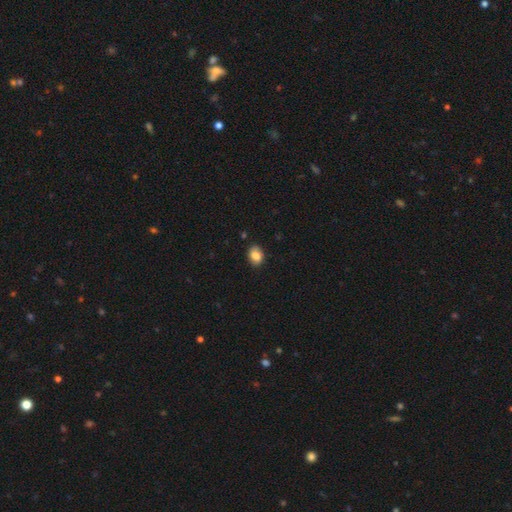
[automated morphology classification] Smooth or featured?
  - smooth: 81% *
  - featured or disk: 11%
  - star or artifact: 8%
How rounded?
  - in between: 71% *
  - round: 28%
  - cigar-shaped: 1%
Merging?
  - none: 83% *
  - minor disturbance: 13%
  - major disturbance: 3%
  - merger: 2%